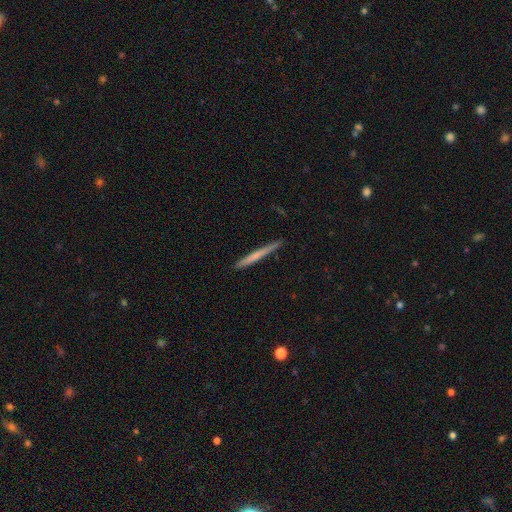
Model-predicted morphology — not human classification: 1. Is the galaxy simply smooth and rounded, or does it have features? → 57% smooth, 37% featured or disk, 5% star or artifact.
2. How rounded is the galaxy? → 97% cigar-shaped, 2% in between, 1% round.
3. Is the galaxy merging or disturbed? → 90% none, 7% minor disturbance, 1% major disturbance, 1% merger.